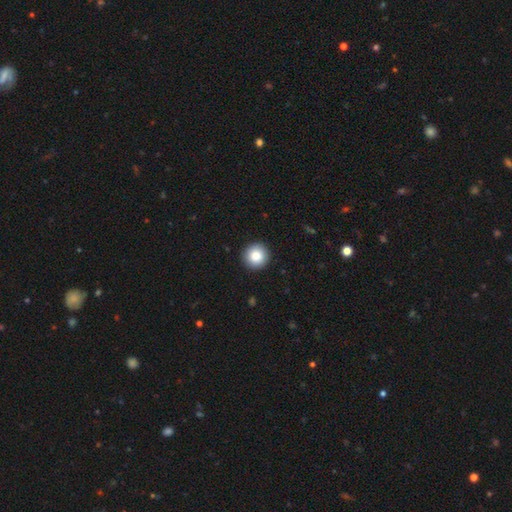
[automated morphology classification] type=smooth (86%); roundness=round (95%); merging=none (93%).